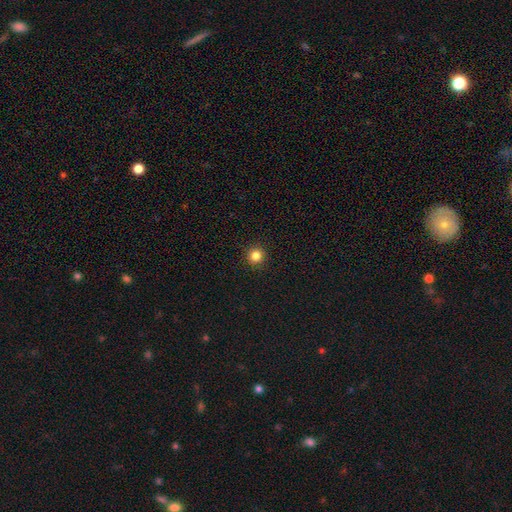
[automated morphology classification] Smooth or featured? smooth (84%)
How rounded? round (95%)
Merging? none (93%)